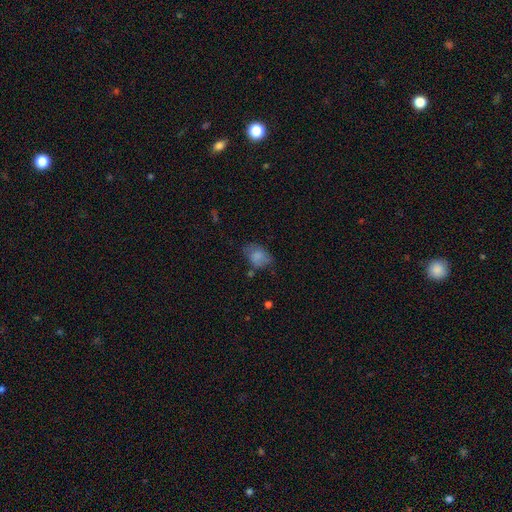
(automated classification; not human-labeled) This appears to be a smooth galaxy with no disk features (68%) that is in between round and cigar-shaped (78%). Merging: none (59%).